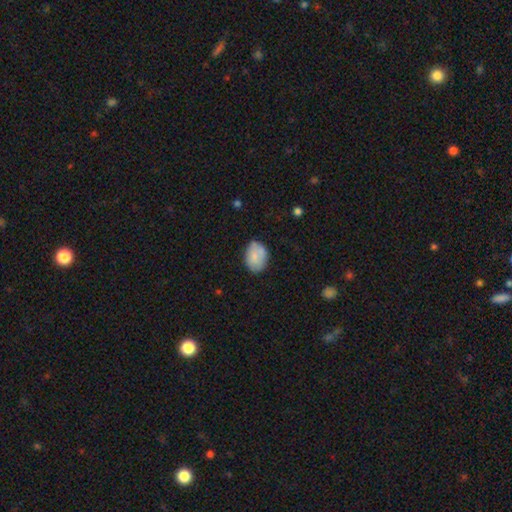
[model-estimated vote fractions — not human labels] Overall: smooth (76%). How rounded: in between (76%). Merging: none (73%).